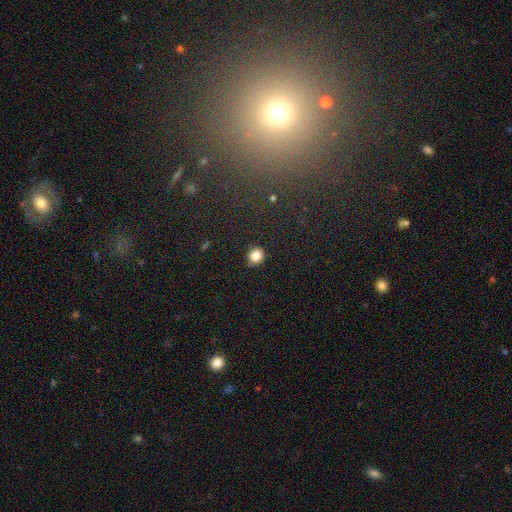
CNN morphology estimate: type=smooth (84%); roundness=round (88%); merging=none (90%).